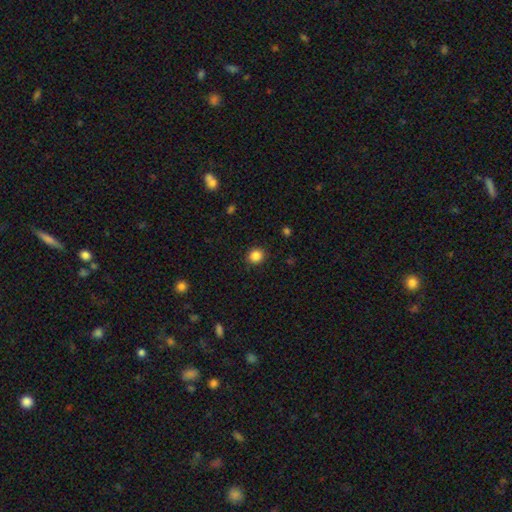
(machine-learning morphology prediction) Q: Smooth or featured?
A: smooth (86%); runner-up: star or artifact (11%)
Q: How rounded?
A: round (87%); runner-up: in between (12%)
Q: Merging?
A: none (90%); runner-up: minor disturbance (6%)